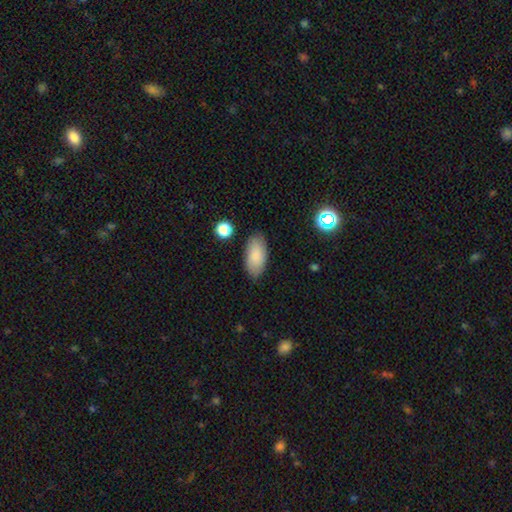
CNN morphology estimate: This appears to be a smooth galaxy with no disk features (86%) that is in between round and cigar-shaped (94%). Merging: none (85%).